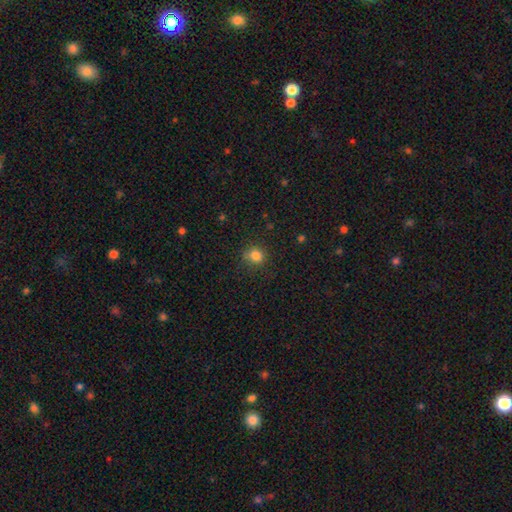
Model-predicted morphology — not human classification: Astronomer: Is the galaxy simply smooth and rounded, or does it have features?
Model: smooth — 83%.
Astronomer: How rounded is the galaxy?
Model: round — 85%.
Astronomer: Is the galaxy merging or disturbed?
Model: none — 81%.